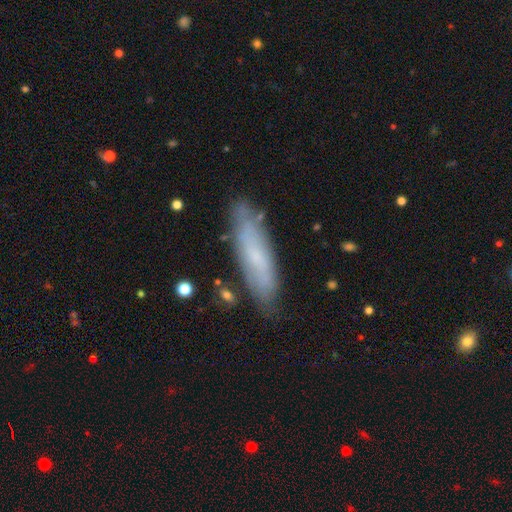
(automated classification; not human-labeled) smooth 55%, featured or disk 37%, star or artifact 8%. Down the decision tree: how rounded — cigar-shaped (66%); merging — none (78%).